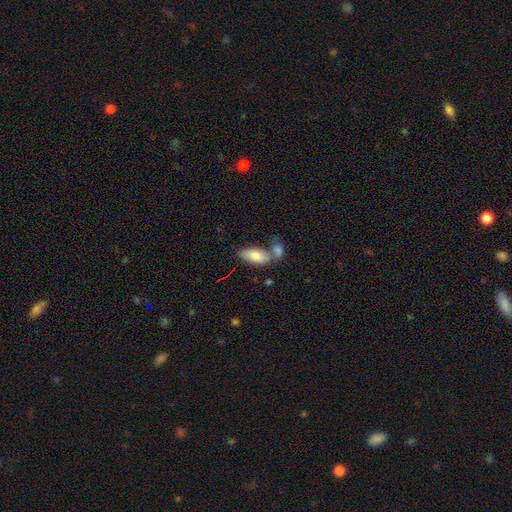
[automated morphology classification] This appears to be a smooth galaxy with no disk features (78%) that is in between round and cigar-shaped (87%). Merging: none (48%).